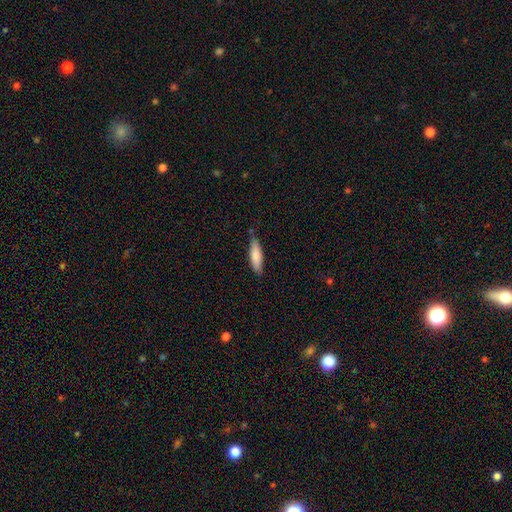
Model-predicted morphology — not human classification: smooth-or-featured: smooth: 83% | featured or disk: 11% | star or artifact: 6%
  how-rounded: cigar-shaped: 58% | in between: 41% | round: 1%
  merging: none: 77% | minor disturbance: 18% | major disturbance: 3% | merger: 2%